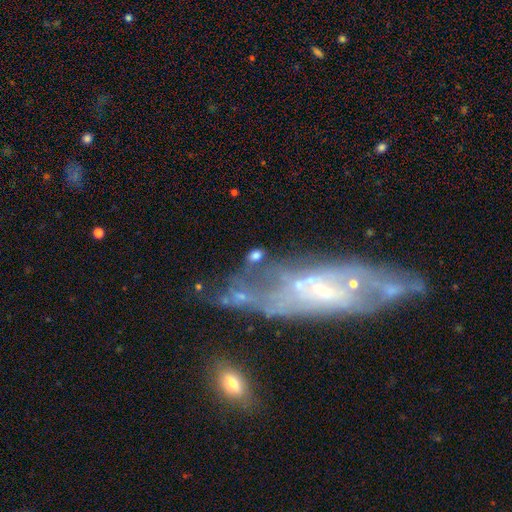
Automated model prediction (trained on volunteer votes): Smooth or featured? Predicted: smooth (p=0.59). How rounded? Predicted: in between (p=0.77). Merging? Predicted: none (p=0.52).